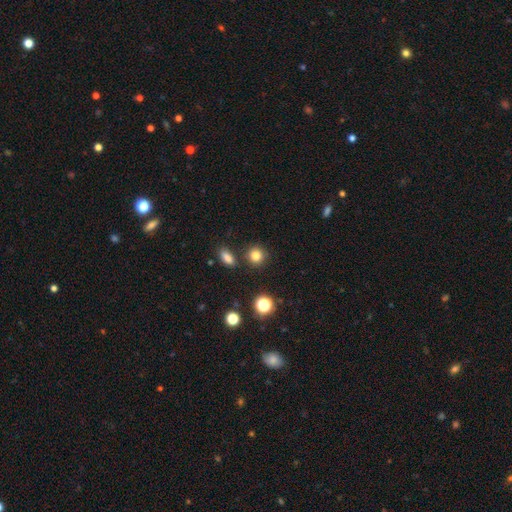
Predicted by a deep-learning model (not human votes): Q: Smooth or featured?
A: smooth (81%); runner-up: star or artifact (13%)
Q: How rounded?
A: round (89%); runner-up: in between (9%)
Q: Merging?
A: none (86%); runner-up: minor disturbance (7%)